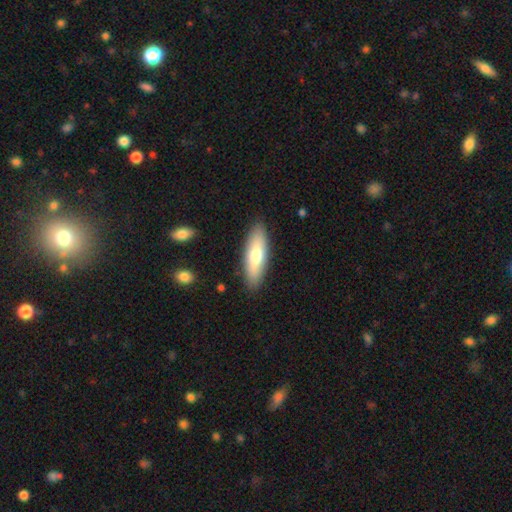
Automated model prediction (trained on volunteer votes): Smooth or featured?
  - smooth: 67% *
  - featured or disk: 28%
  - star or artifact: 5%
How rounded?
  - in between: 50% *
  - cigar-shaped: 48%
  - round: 2%
Merging?
  - none: 88% *
  - minor disturbance: 9%
  - major disturbance: 2%
  - merger: 1%